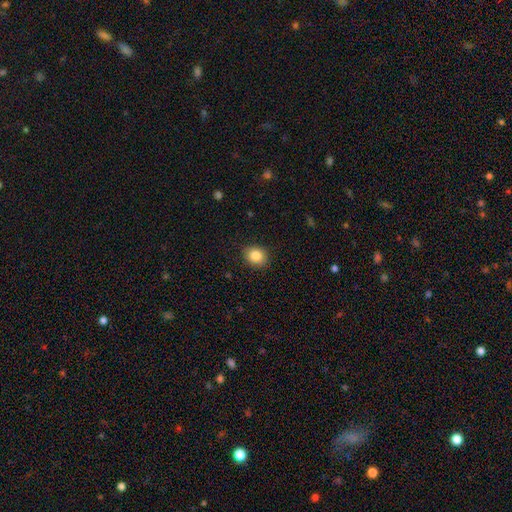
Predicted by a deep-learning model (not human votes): Smooth or featured?
  - smooth: 85% *
  - star or artifact: 9%
  - featured or disk: 6%
How rounded?
  - round: 66% *
  - in between: 33%
  - cigar-shaped: 1%
Merging?
  - none: 88% *
  - minor disturbance: 9%
  - major disturbance: 2%
  - merger: 1%